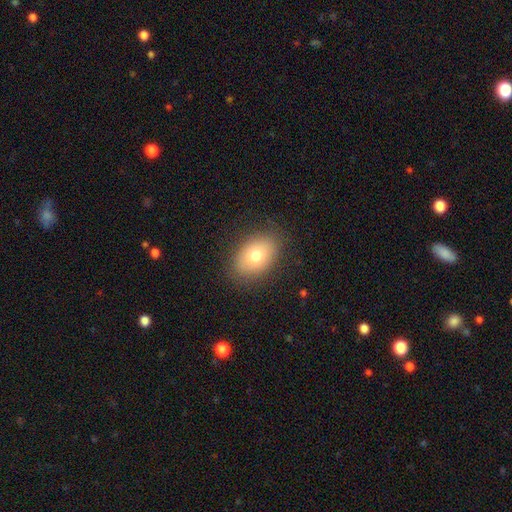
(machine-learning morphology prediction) Smooth or featured: smooth — 75% (featured or disk — 16%)
How rounded: in between — 81% (round — 18%)
Merging: none — 85% (minor disturbance — 11%)